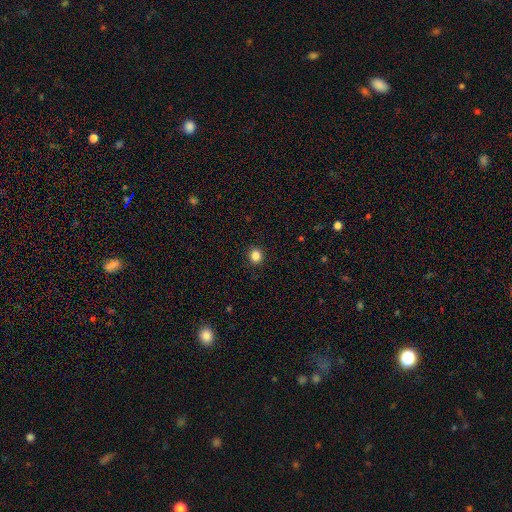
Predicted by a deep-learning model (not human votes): A smooth galaxy with no disk features (85%) that is round (89%). Merging: none (93%).